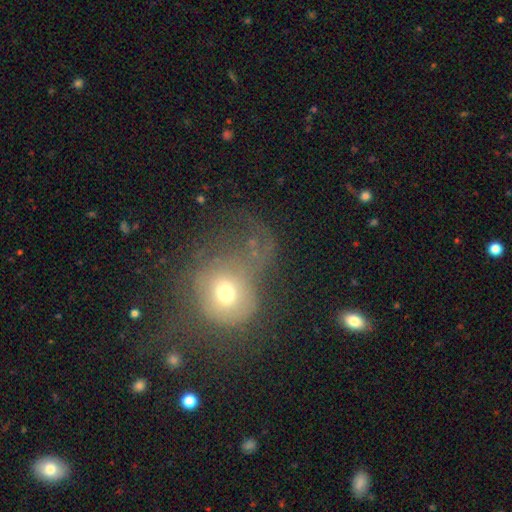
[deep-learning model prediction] A smooth galaxy with no disk features (55%) that is round (76%).

Vote fractions:
- Smooth or featured? smooth: 55% / featured or disk: 26% / star or artifact: 18%
- How rounded? round: 76% / in between: 23% / cigar-shaped: 1%
- Merging? major disturbance: 46% / none: 26% / minor disturbance: 19% / merger: 9%